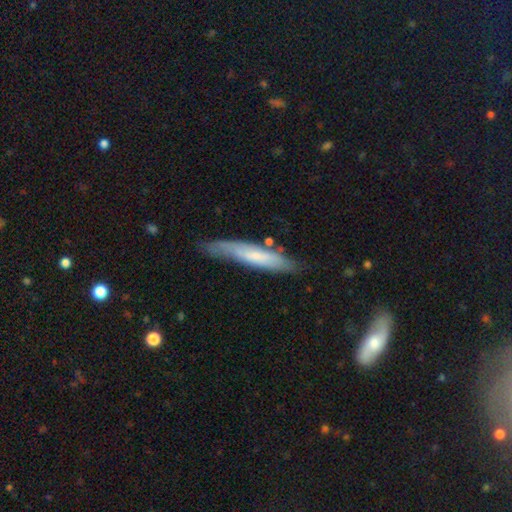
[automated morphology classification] smooth_or_featured: smooth (p=0.53) [alt: featured or disk p=0.41]
how_rounded: cigar-shaped (p=0.86) [alt: in between p=0.12]
merging: none (p=0.71) [alt: minor disturbance p=0.21]